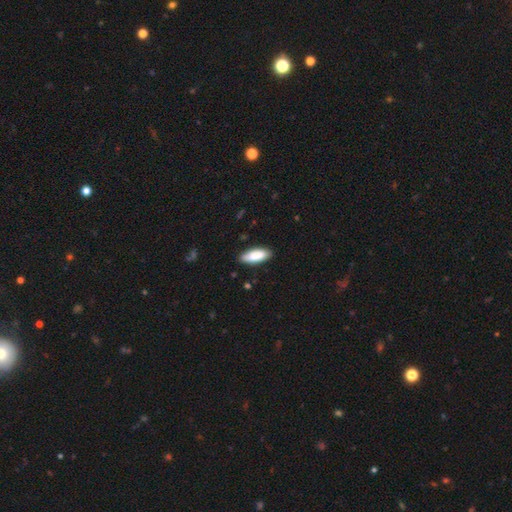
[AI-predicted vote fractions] Q: Smooth or featured?
A: smooth (85%); runner-up: featured or disk (10%)
Q: How rounded?
A: in between (71%); runner-up: cigar-shaped (27%)
Q: Merging?
A: none (85%); runner-up: minor disturbance (12%)